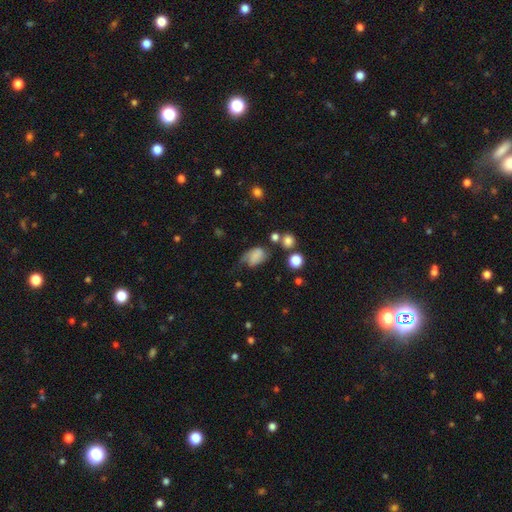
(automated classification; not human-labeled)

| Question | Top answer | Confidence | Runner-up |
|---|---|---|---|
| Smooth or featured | smooth | 66% | featured or disk (22%) |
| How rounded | in between | 77% | round (21%) |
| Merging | none | 33% | minor disturbance (32%) |